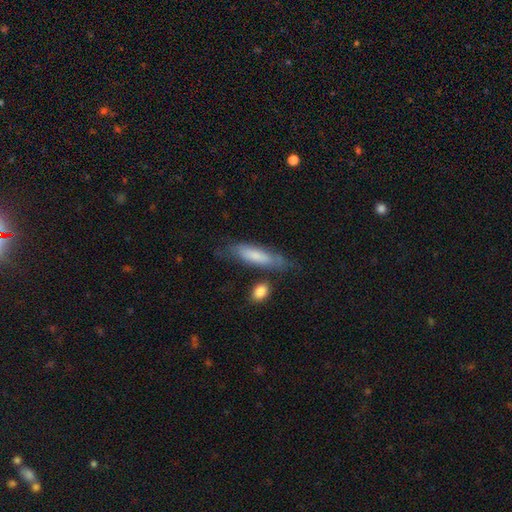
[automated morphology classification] smooth_or_featured: smooth (p=0.69) [alt: featured or disk p=0.25]
how_rounded: cigar-shaped (p=0.64) [alt: in between p=0.34]
merging: none (p=0.62) [alt: minor disturbance p=0.23]